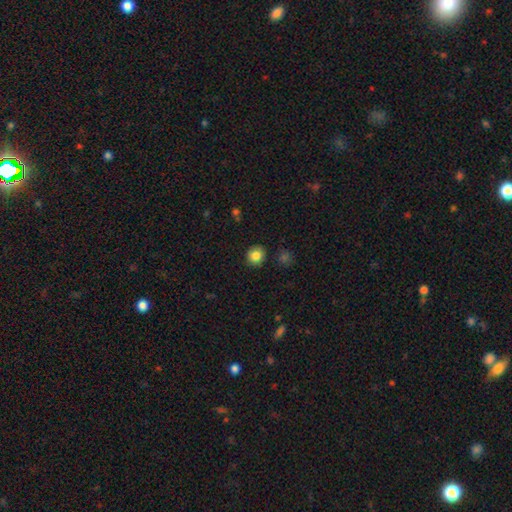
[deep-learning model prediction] Smooth or featured?
  - smooth: 85% *
  - star or artifact: 10%
  - featured or disk: 6%
How rounded?
  - round: 84% *
  - in between: 15%
  - cigar-shaped: 1%
Merging?
  - none: 87% *
  - minor disturbance: 8%
  - major disturbance: 2%
  - merger: 2%